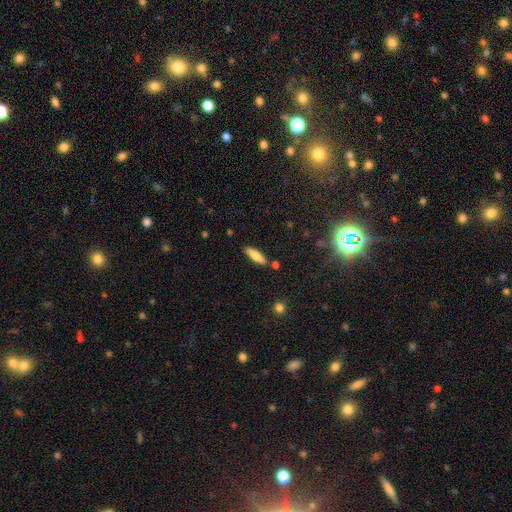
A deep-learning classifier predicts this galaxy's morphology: Smooth or featured: smooth — 78% (featured or disk — 16%)
How rounded: cigar-shaped — 58% (in between — 40%)
Merging: none — 83% (minor disturbance — 10%)